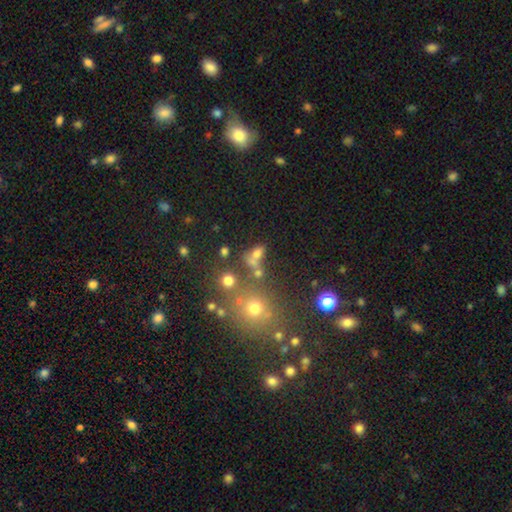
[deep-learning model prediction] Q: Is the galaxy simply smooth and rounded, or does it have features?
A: smooth — 65%.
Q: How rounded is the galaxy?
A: in between — 65%.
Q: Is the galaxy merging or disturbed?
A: none — 47%.